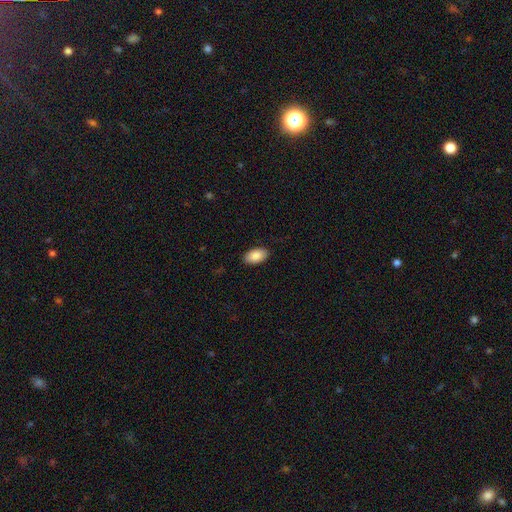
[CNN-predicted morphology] Smooth or featured? Predicted: smooth (p=0.88). How rounded? Predicted: in between (p=0.95). Merging? Predicted: none (p=0.88).